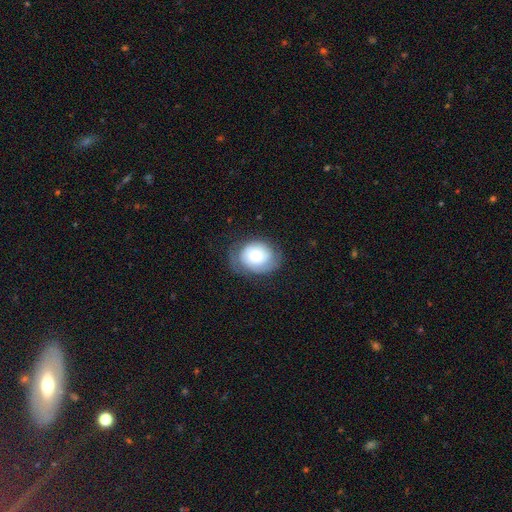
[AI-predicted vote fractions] Q: Smooth or featured?
A: smooth (58%); runner-up: featured or disk (35%)
Q: How rounded?
A: in between (50%); tied with: round (50%)
Q: Merging?
A: none (59%); runner-up: minor disturbance (28%)